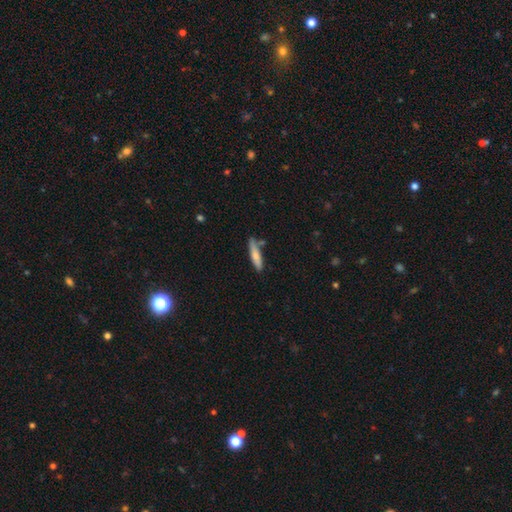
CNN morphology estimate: Smooth or featured? Predicted: smooth (p=0.73). How rounded? Predicted: cigar-shaped (p=0.83). Merging? Predicted: none (p=0.74).